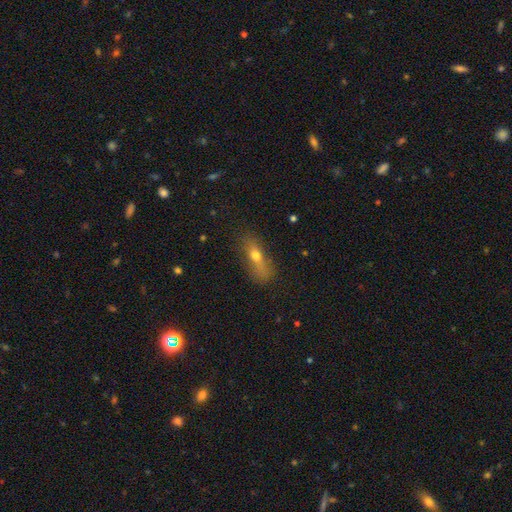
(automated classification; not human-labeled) The model was most divided on "how rounded": in between: 54%, cigar-shaped: 37%, round: 9%. More confident: smooth or featured — smooth (62%); merging — none (55%).